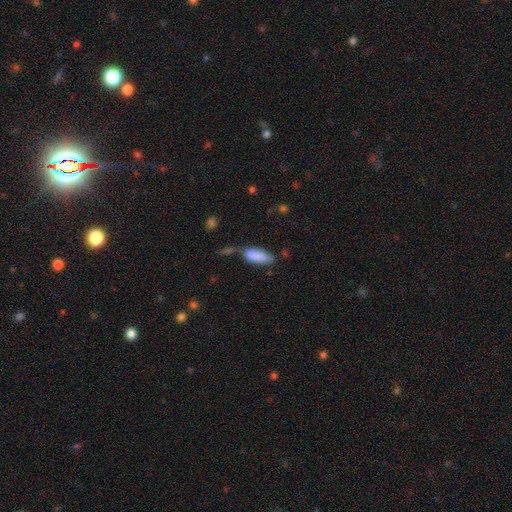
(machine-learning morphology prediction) Smooth or featured: smooth — 82% (featured or disk — 11%)
How rounded: in between — 66% (cigar-shaped — 32%)
Merging: none — 34% (merger — 29%)